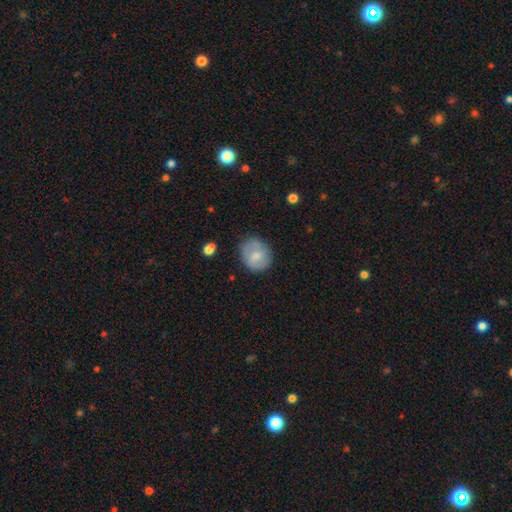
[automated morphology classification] This appears to be a smooth galaxy with no disk features (71%) that is round (70%). Merging: none (74%).